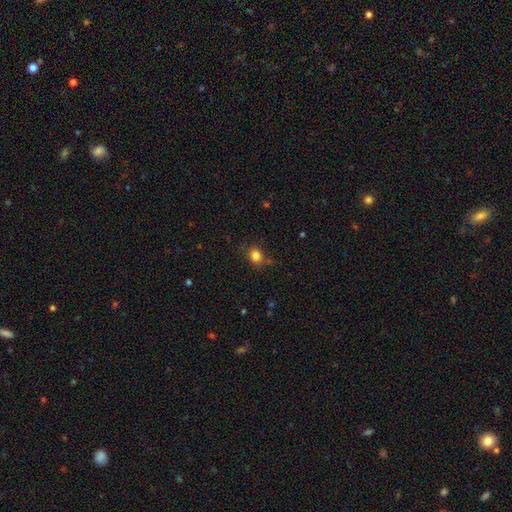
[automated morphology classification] The model was most divided on "how rounded": round: 61%, in between: 38%, cigar-shaped: 1%. More confident: smooth or featured — smooth (83%); merging — none (77%).